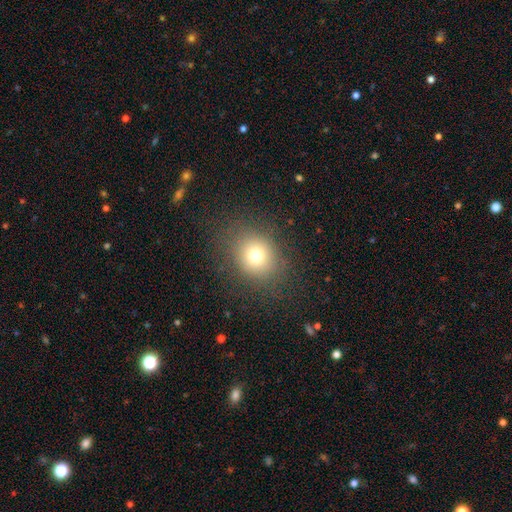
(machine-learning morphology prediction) Smooth or featured? smooth (74%)
How rounded? round (69%)
Merging? none (83%)